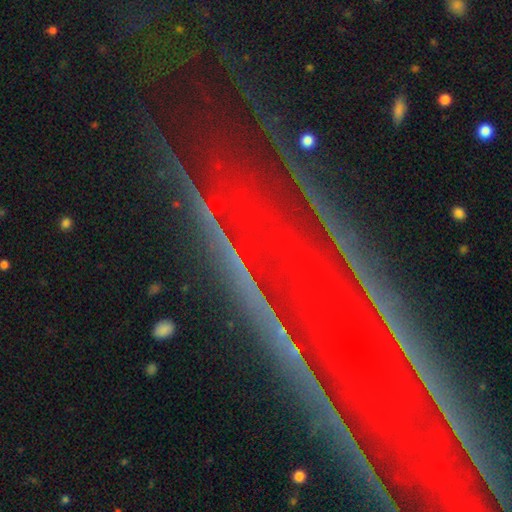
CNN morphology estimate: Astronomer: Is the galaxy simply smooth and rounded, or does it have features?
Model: star or artifact — 85%.